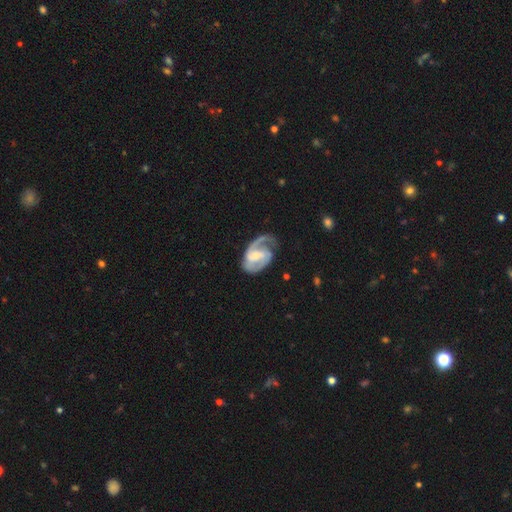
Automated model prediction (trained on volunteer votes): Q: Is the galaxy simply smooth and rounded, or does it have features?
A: featured or disk — 89%.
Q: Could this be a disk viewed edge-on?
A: no — 98%.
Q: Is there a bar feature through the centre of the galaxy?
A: weak — 47%.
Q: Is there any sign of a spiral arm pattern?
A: yes — 97%.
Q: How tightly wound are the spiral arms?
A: medium — 52%.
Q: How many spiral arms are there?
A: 2 — 74%.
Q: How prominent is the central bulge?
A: small — 52%.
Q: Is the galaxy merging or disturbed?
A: none — 60%.